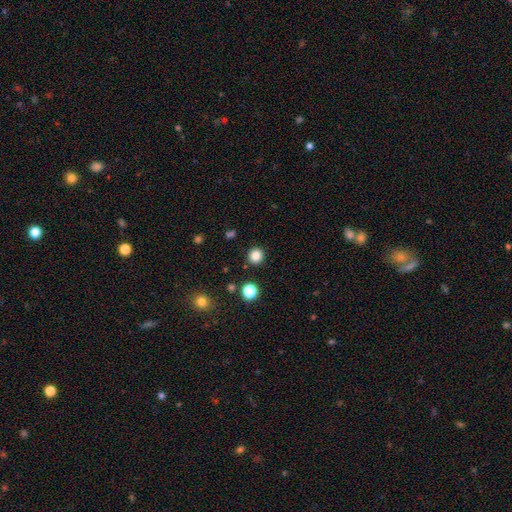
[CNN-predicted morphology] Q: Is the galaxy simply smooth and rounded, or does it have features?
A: smooth — 84%.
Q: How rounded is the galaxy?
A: round — 91%.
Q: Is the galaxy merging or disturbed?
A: none — 91%.